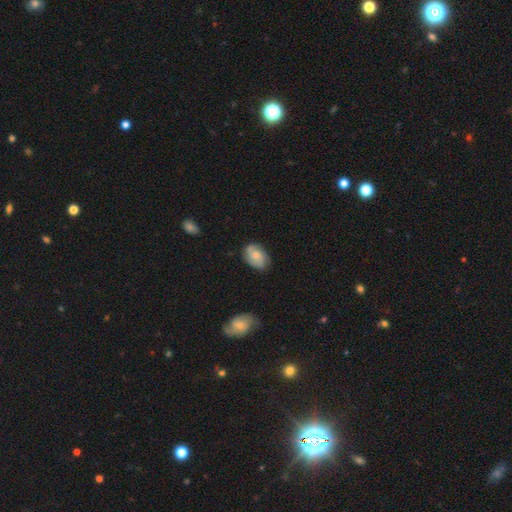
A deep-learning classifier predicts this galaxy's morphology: Overall: smooth (51%; featured or disk 42%). How rounded: in between (78%). Merging: none (72%).